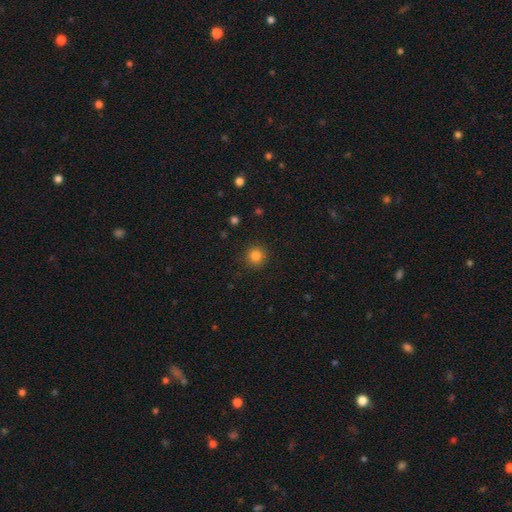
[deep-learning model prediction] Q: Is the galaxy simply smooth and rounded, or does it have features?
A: smooth — 83%.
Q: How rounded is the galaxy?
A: round — 92%.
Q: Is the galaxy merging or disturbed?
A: none — 90%.